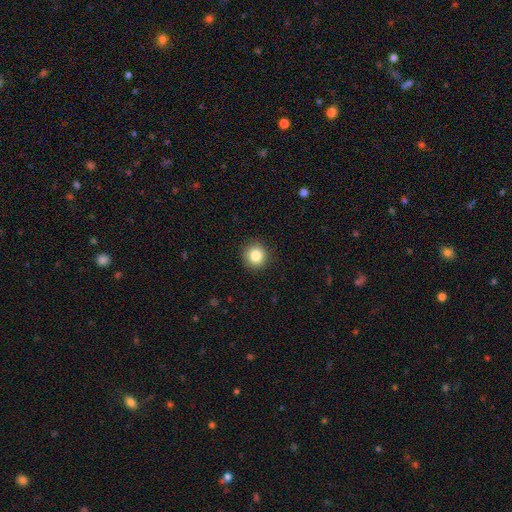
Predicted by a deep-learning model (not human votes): Q: Smooth or featured?
A: smooth (84%); runner-up: star or artifact (10%)
Q: How rounded?
A: round (93%); runner-up: in between (6%)
Q: Merging?
A: none (92%); runner-up: minor disturbance (6%)